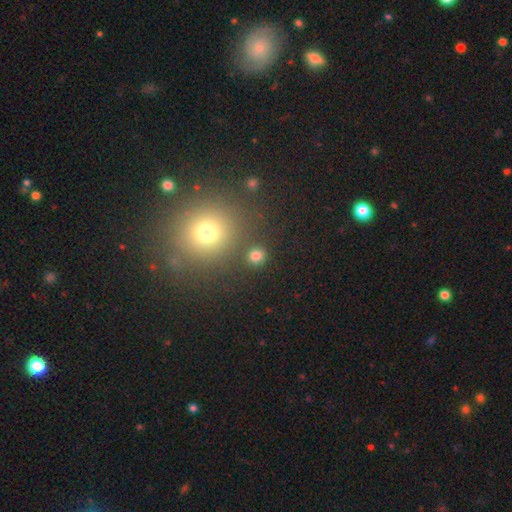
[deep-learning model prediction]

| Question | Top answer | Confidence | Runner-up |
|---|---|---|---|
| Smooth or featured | smooth | 78% | star or artifact (17%) |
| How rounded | round | 85% | in between (14%) |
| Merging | none | 82% | merger (7%) |